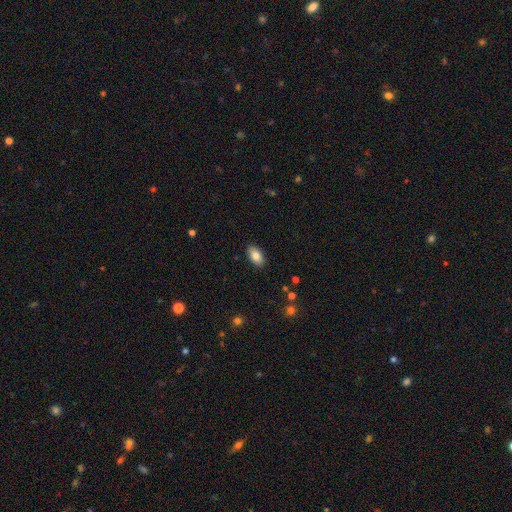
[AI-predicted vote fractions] smooth 84%, featured or disk 9%, star or artifact 7%. Down the decision tree: how rounded — in between (93%); merging — none (89%).